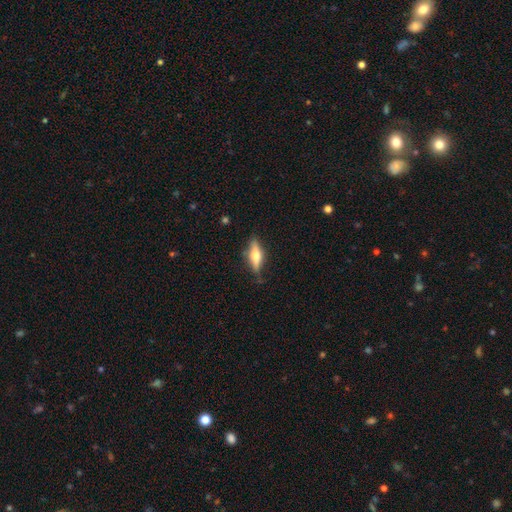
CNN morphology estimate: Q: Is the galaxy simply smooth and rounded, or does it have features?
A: featured or disk — 51%.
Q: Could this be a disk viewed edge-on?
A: yes — 92%.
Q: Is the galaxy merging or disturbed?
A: none — 80%.